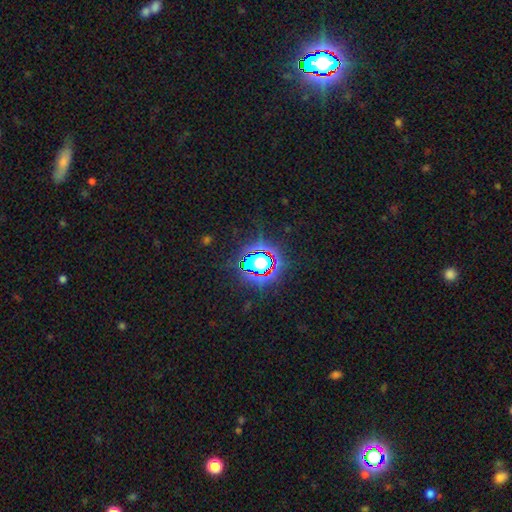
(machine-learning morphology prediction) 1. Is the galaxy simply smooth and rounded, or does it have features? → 74% star or artifact, 17% smooth, 9% featured or disk.